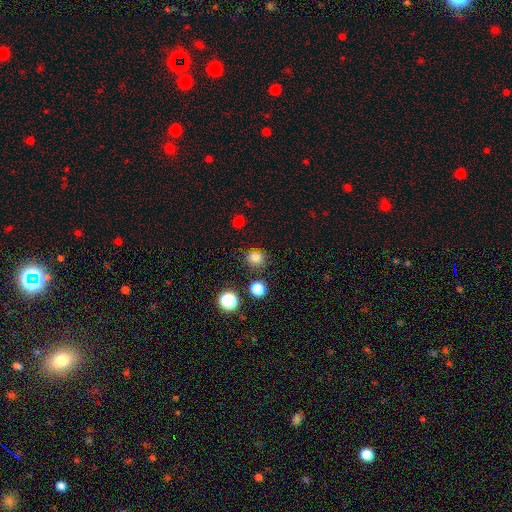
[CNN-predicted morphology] smooth_or_featured: smooth (p=0.79) [alt: star or artifact p=0.17]
how_rounded: round (p=0.85) [alt: in between p=0.14]
merging: none (p=0.86) [alt: minor disturbance p=0.08]